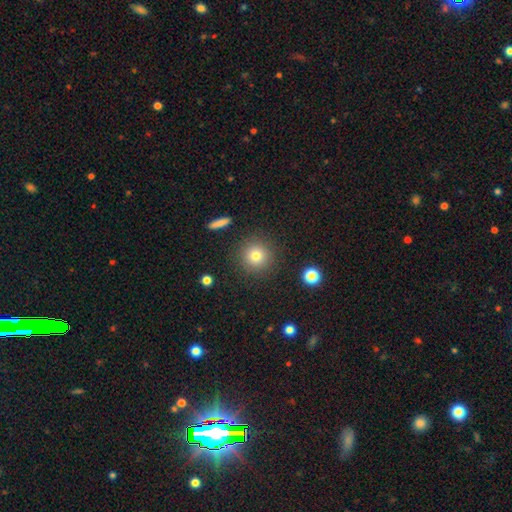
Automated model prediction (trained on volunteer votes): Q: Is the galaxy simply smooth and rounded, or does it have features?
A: smooth — 79%.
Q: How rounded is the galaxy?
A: round — 94%.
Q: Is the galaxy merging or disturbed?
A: none — 90%.